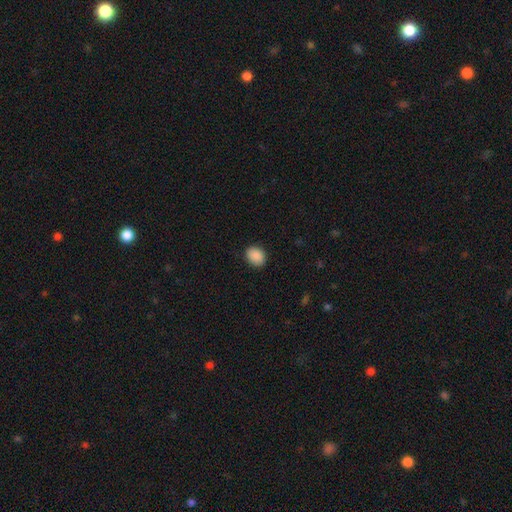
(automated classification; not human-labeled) A smooth galaxy with no disk features (90%) that is in between round and cigar-shaped (58%).

Vote fractions:
- Smooth or featured? smooth: 90% / star or artifact: 8% / featured or disk: 3%
- How rounded? in between: 58% / round: 41% / cigar-shaped: 1%
- Merging? none: 88% / minor disturbance: 9% / major disturbance: 2% / merger: 1%